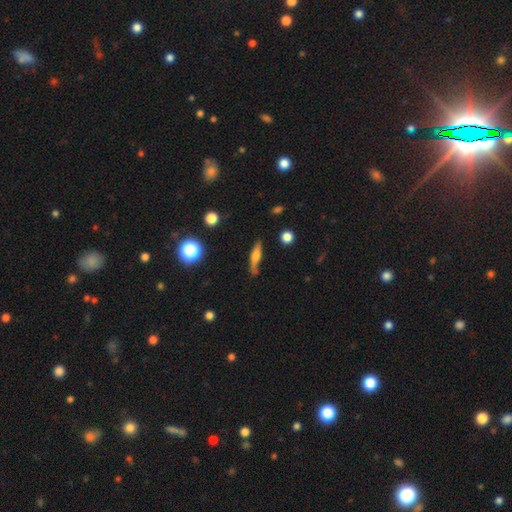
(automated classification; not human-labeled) smooth 50%, featured or disk 40%, star or artifact 9%. Down the decision tree: how rounded — cigar-shaped (73%); merging — none (69%).